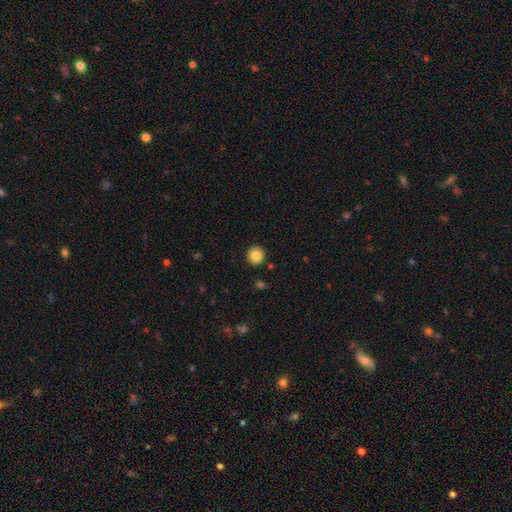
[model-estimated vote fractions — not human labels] Overall: smooth (83%). How rounded: round (94%). Merging: none (92%).